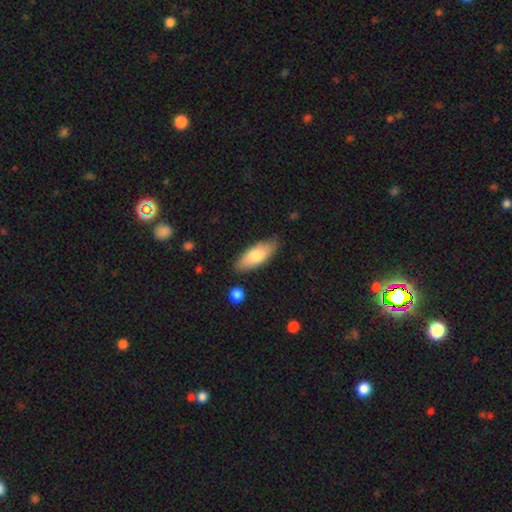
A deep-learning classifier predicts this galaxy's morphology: Q: Smooth or featured?
A: smooth (75%); runner-up: featured or disk (20%)
Q: How rounded?
A: in between (77%); runner-up: cigar-shaped (21%)
Q: Merging?
A: none (83%); runner-up: minor disturbance (13%)